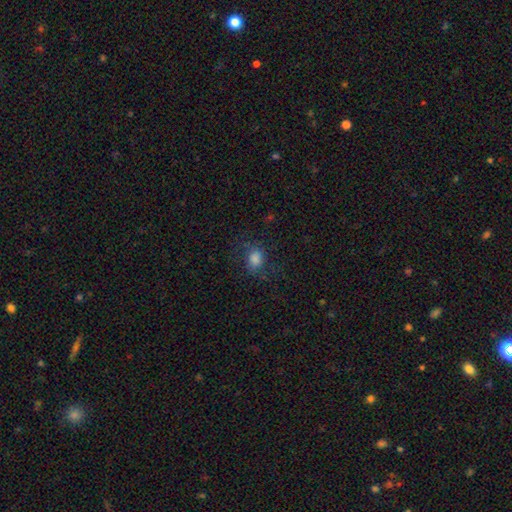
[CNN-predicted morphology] smooth_or_featured: smooth (p=0.58) [alt: star or artifact p=0.24]
how_rounded: round (p=0.51) [alt: in between p=0.47]
merging: none (p=0.72) [alt: minor disturbance p=0.16]